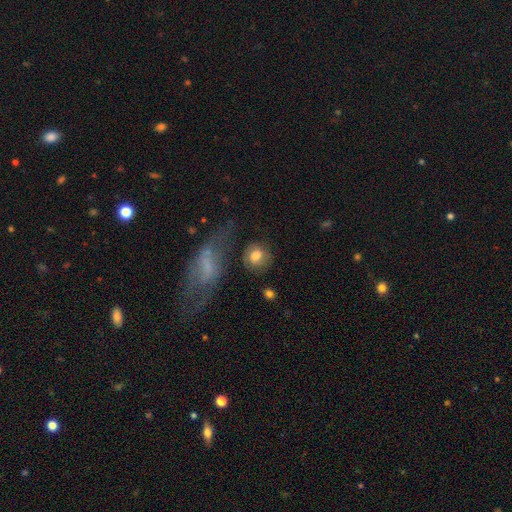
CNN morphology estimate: A smooth galaxy with no disk features (73%) that is round (81%).

Vote fractions:
- Smooth or featured? smooth: 73% / featured or disk: 19% / star or artifact: 8%
- How rounded? round: 81% / in between: 17% / cigar-shaped: 2%
- Merging? none: 69% / minor disturbance: 14% / merger: 9% / major disturbance: 8%